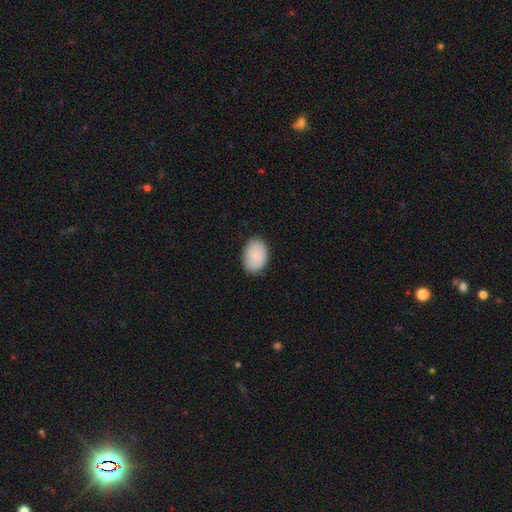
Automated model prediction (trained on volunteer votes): smooth_or_featured: smooth (p=0.87) [alt: featured or disk p=0.07]
how_rounded: in between (p=0.85) [alt: round p=0.14]
merging: none (p=0.83) [alt: minor disturbance p=0.14]